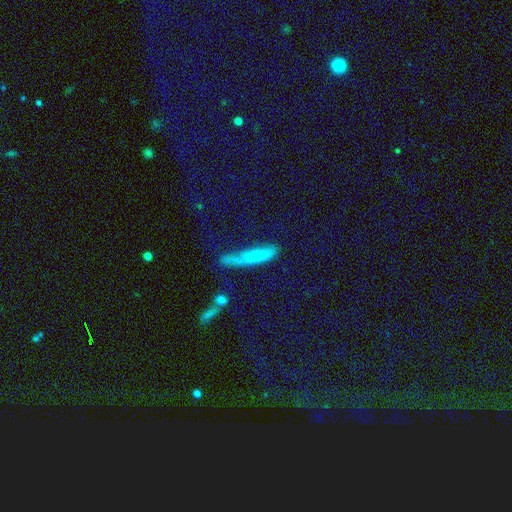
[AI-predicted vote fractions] Smooth or featured? smooth (59%)
How rounded? cigar-shaped (73%)
Merging? none (47%)